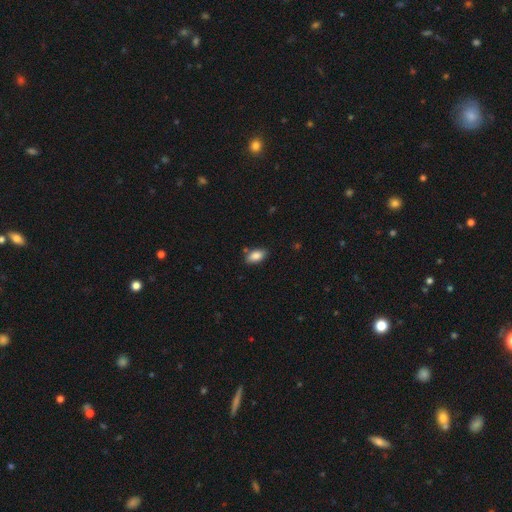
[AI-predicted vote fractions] This is clearly a smooth galaxy (86%). How rounded: clearly in between (92%). Merging: clearly none (82%).